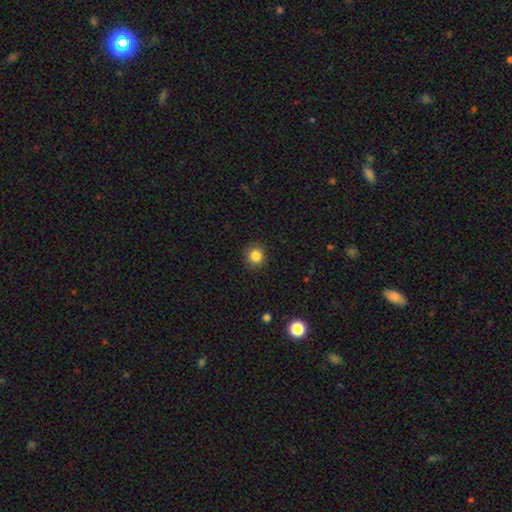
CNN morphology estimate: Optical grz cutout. It shows a smooth galaxy with no disk features (85%) that is round (92%). Merging: none (90%).